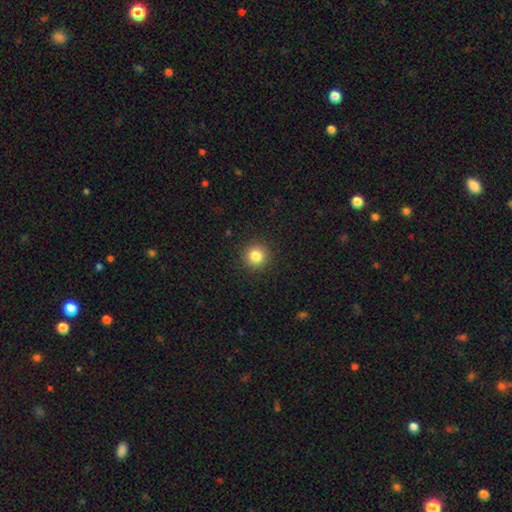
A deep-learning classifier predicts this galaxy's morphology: Smooth or featured: smooth — 83% (star or artifact — 11%)
How rounded: round — 95% (in between — 4%)
Merging: none — 92% (minor disturbance — 5%)